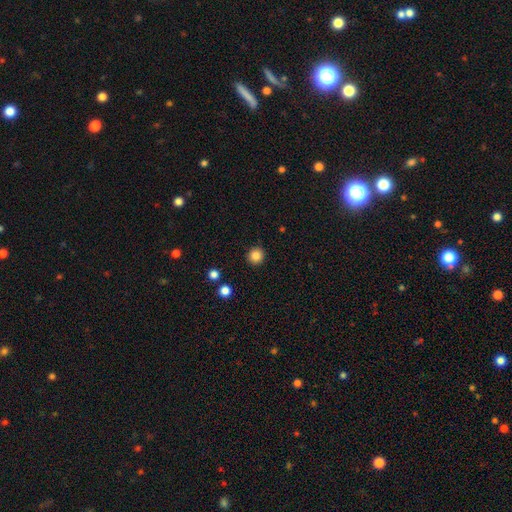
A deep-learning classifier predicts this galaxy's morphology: smooth_or_featured: smooth (p=0.85) [alt: star or artifact p=0.11]
how_rounded: round (p=0.94) [alt: in between p=0.05]
merging: none (p=0.92) [alt: minor disturbance p=0.05]